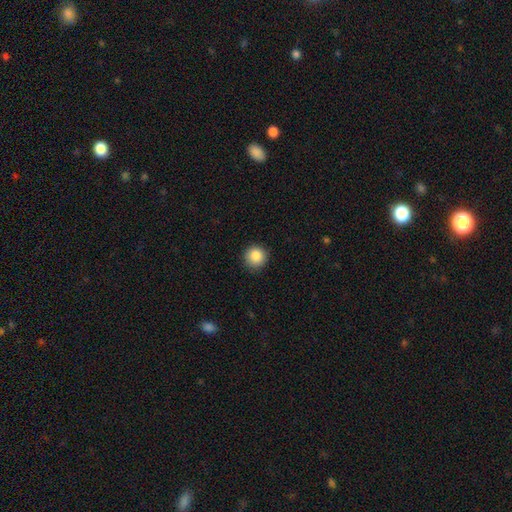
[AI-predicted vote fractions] smooth 87%, star or artifact 9%, featured or disk 4%. Down the decision tree: how rounded — round (95%); merging — none (90%).